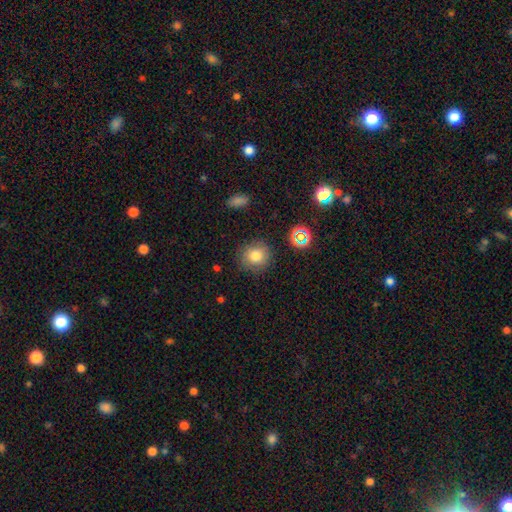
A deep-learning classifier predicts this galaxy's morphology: smooth_or_featured: smooth (p=0.76) [alt: star or artifact p=0.14]
how_rounded: round (p=0.90) [alt: in between p=0.09]
merging: none (p=0.85) [alt: minor disturbance p=0.10]